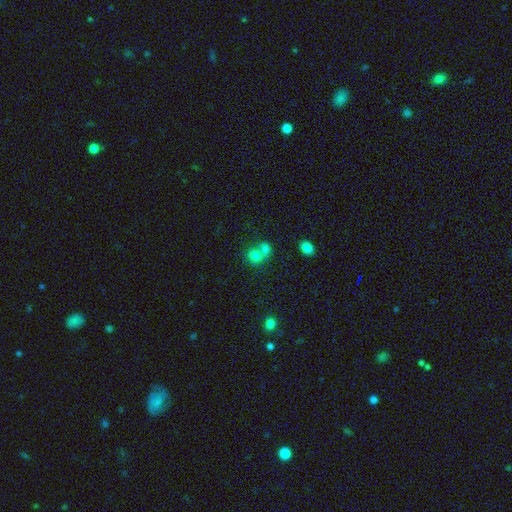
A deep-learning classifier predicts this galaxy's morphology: A smooth galaxy with no disk features (75%) that is round (69%).

Vote fractions:
- Smooth or featured? smooth: 75% / star or artifact: 13% / featured or disk: 11%
- How rounded? round: 69% / in between: 30% / cigar-shaped: 1%
- Merging? merger: 55% / none: 34% / minor disturbance: 7% / major disturbance: 4%